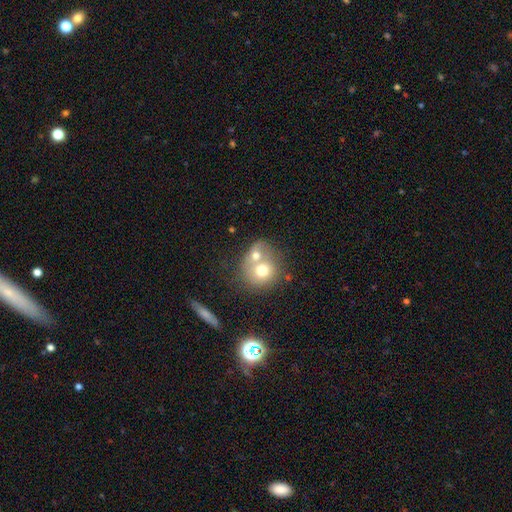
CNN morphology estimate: The model was most divided on "smooth or featured": smooth: 65%, featured or disk: 26%, star or artifact: 9%. More confident: how rounded — round (71%); merging — merger (68%).